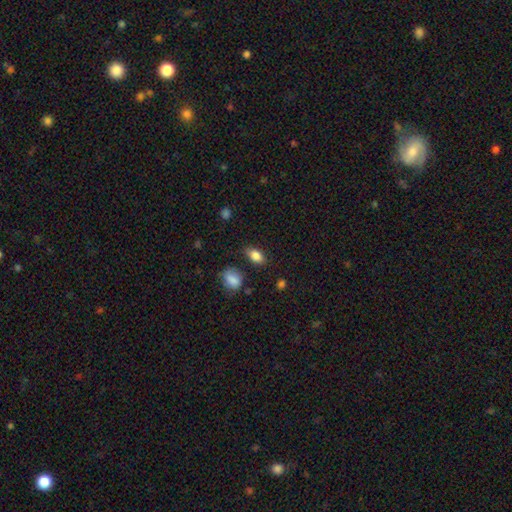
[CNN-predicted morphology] This is clearly a smooth galaxy (84%). How rounded: clearly in between (86%). Merging: likely none (77%).